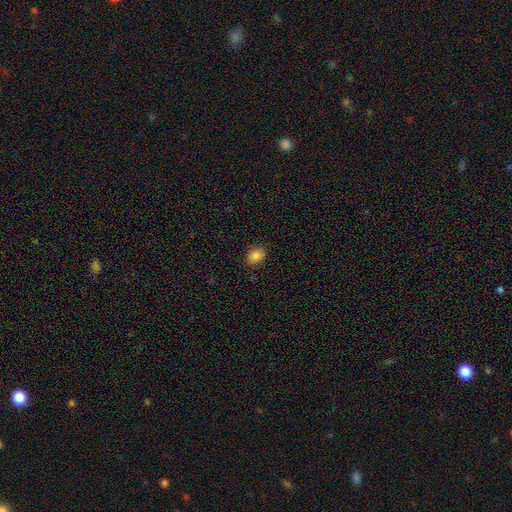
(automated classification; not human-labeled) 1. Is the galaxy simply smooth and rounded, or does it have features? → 85% smooth, 10% star or artifact, 5% featured or disk.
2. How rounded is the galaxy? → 50% in between, 49% round, 1% cigar-shaped.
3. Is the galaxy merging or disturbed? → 87% none, 9% minor disturbance, 2% major disturbance, 1% merger.